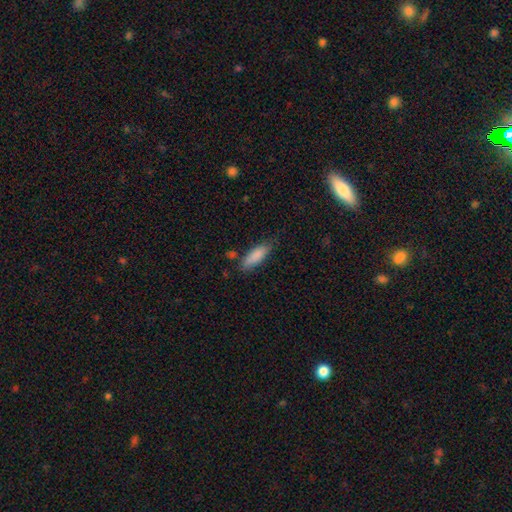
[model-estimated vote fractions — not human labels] This appears to be a smooth galaxy with no disk features (87%) that is in between round and cigar-shaped (56%). Merging: none (75%).